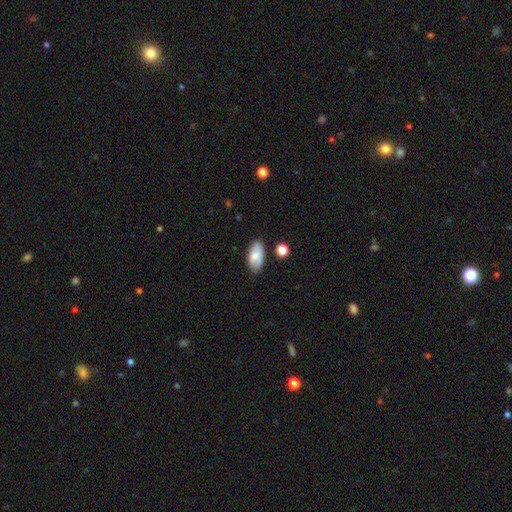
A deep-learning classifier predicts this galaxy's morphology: This appears to be a smooth galaxy with no disk features (78%) that is in between round and cigar-shaped (93%). Merging: none (77%).